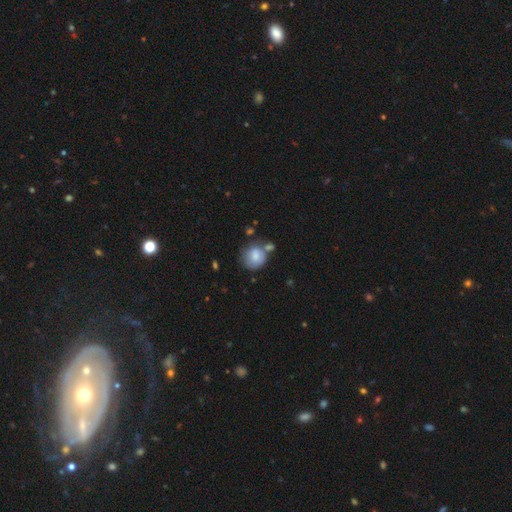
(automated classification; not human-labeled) Morphology: type=smooth (76%); roundness=round (79%); merging=none (48%).